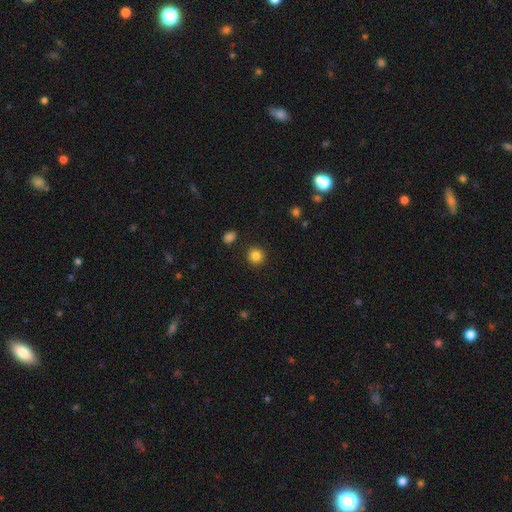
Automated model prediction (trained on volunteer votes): Smooth or featured? Predicted: smooth (p=0.84). How rounded? Predicted: round (p=0.92). Merging? Predicted: none (p=0.91).